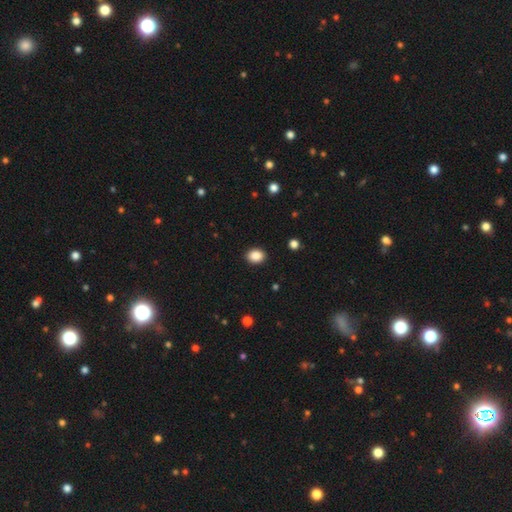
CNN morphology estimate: smooth_or_featured: smooth (p=0.88) [alt: star or artifact p=0.09]
how_rounded: in between (p=0.57) [alt: round p=0.42]
merging: none (p=0.91) [alt: minor disturbance p=0.06]